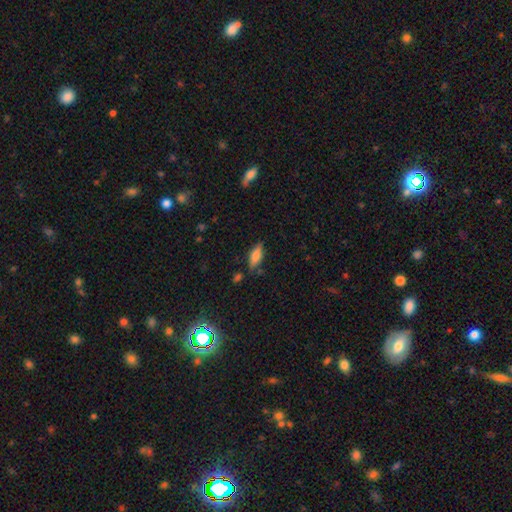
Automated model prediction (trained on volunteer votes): A smooth galaxy with no disk features (68%) that is in between round and cigar-shaped (69%).

Vote fractions:
- Smooth or featured? smooth: 68% / featured or disk: 24% / star or artifact: 8%
- How rounded? in between: 69% / cigar-shaped: 29% / round: 3%
- Merging? none: 75% / minor disturbance: 17% / major disturbance: 4% / merger: 4%